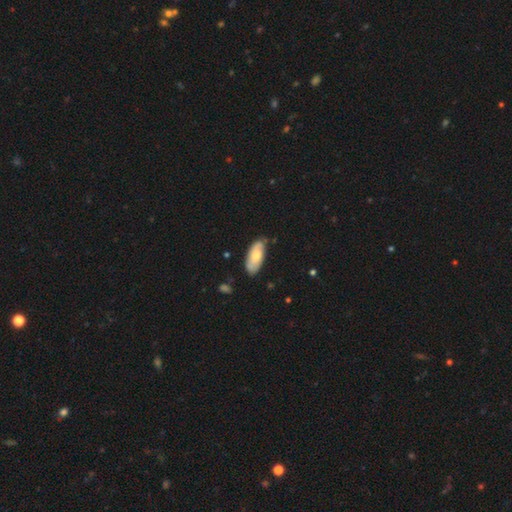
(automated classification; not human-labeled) The model was most divided on "smooth or featured": smooth: 62%, featured or disk: 32%, star or artifact: 6%. More confident: how rounded — in between (86%); merging — none (72%).